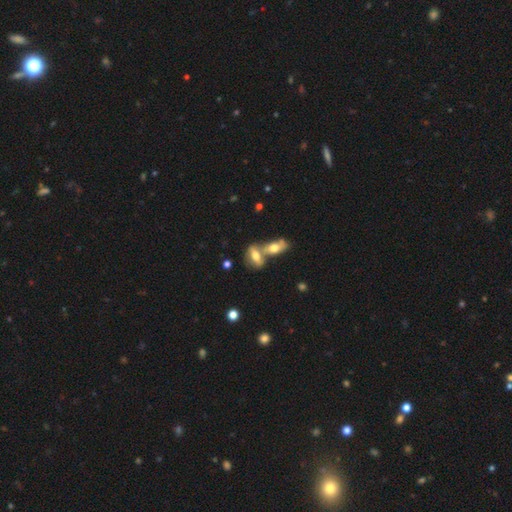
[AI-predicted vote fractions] This is possibly a smooth galaxy (57%). How rounded: likely in between (75%). Merging: possibly merger (58%).